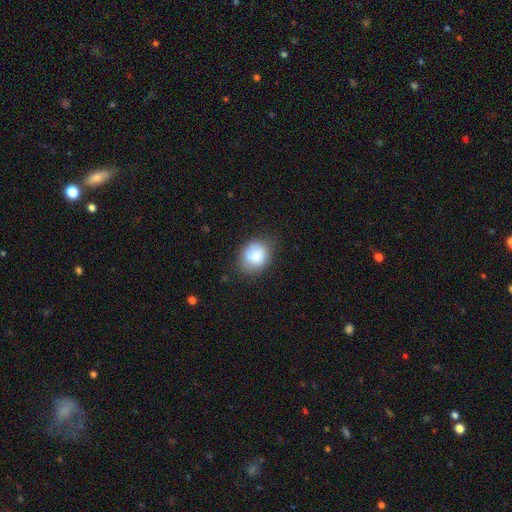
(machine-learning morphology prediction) smooth 84%, featured or disk 8%, star or artifact 8%. Down the decision tree: how rounded — round (60%); merging — none (71%).